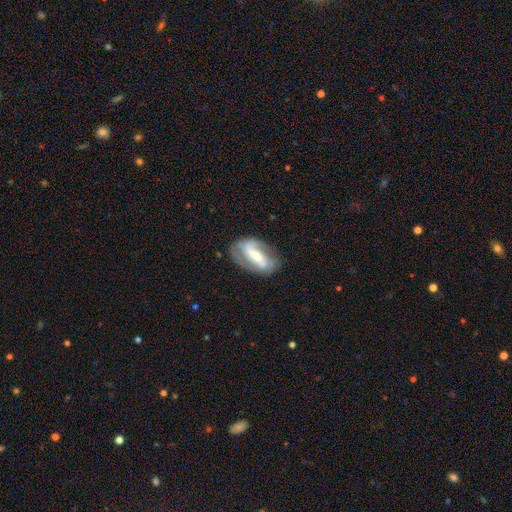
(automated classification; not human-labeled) Smooth or featured: featured or disk — 75% (smooth — 19%)
Edge-on disk: no — 93% (yes — 7%)
Bar: strong — 60% (weak — 29%)
Spiral arms: yes — 83% (no — 17%)
Spiral winding: medium — 41% (tight — 30%)
Spiral arm count: 2 — 77% (can't tell — 12%)
Bulge size: moderate — 45% (small — 41%)
Merging: none — 71% (minor disturbance — 19%)